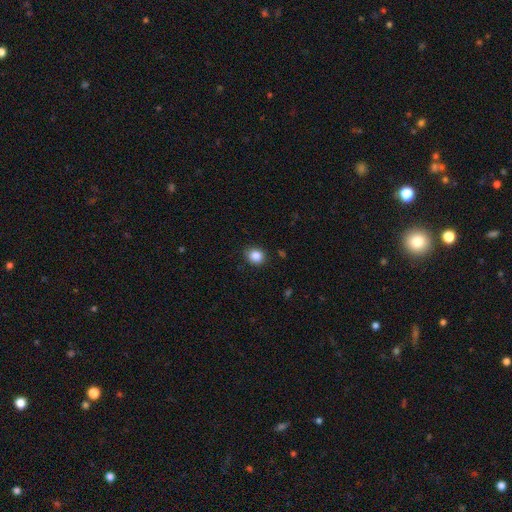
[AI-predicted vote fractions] A smooth galaxy with no disk features (86%) that is round (75%).

Vote fractions:
- Smooth or featured? smooth: 86% / star or artifact: 10% / featured or disk: 4%
- How rounded? round: 75% / in between: 24% / cigar-shaped: 1%
- Merging? none: 86% / minor disturbance: 11% / major disturbance: 2% / merger: 1%